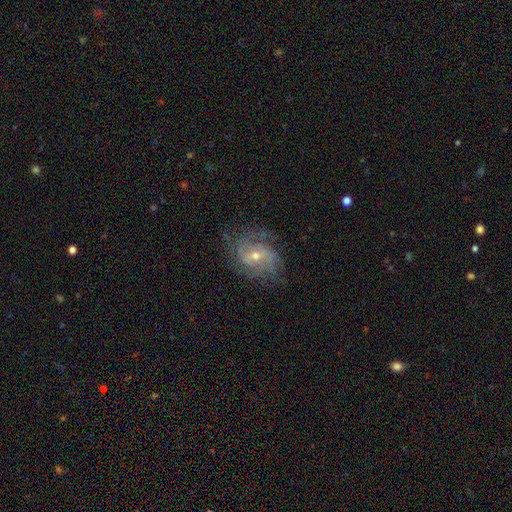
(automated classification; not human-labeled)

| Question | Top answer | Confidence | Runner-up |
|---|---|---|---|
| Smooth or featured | featured or disk | 80% | smooth (12%) |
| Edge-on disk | no | 97% | yes (3%) |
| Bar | no | 51% | weak (39%) |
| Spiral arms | yes | 92% | no (8%) |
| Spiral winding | medium | 44% | tight (32%) |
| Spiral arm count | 2 | 38% | can't tell (25%) |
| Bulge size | small | 53% | moderate (44%) |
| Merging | none | 69% | minor disturbance (20%) |